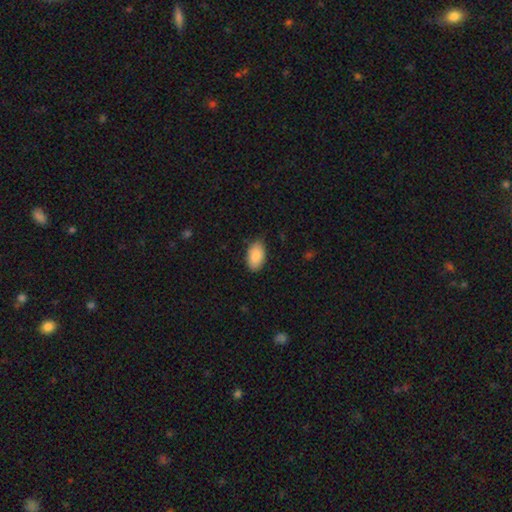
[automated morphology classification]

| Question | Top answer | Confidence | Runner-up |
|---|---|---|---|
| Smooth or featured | smooth | 89% | star or artifact (6%) |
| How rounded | in between | 94% | round (4%) |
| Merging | none | 80% | minor disturbance (16%) |